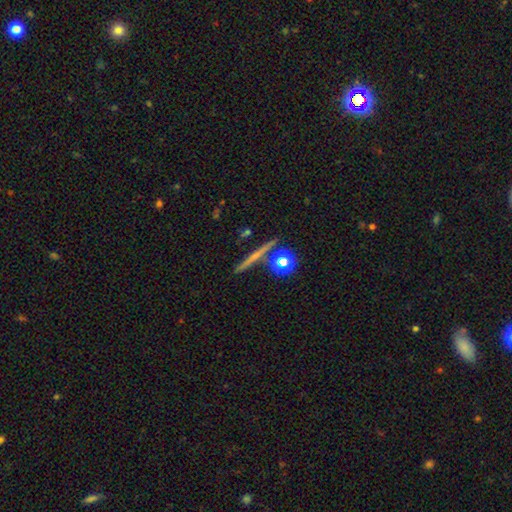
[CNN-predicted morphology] The model was most divided on "smooth or featured": featured or disk: 46%, smooth: 40%, star or artifact: 13%. More confident: merging — none (83%).